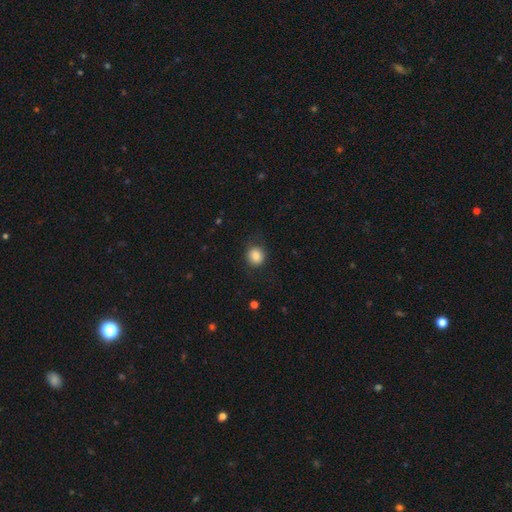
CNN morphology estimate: A smooth galaxy with no disk features (85%) that is round (84%).

Vote fractions:
- Smooth or featured? smooth: 85% / star or artifact: 9% / featured or disk: 5%
- How rounded? round: 84% / in between: 15% / cigar-shaped: 1%
- Merging? none: 80% / minor disturbance: 14% / major disturbance: 5% / merger: 1%